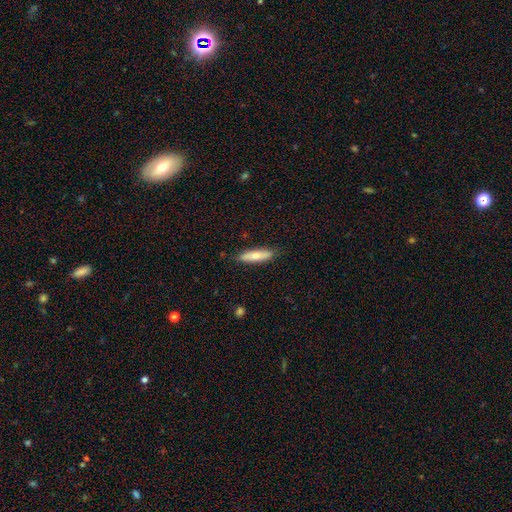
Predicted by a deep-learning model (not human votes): Smooth or featured? smooth (72%)
How rounded? cigar-shaped (69%)
Merging? none (85%)